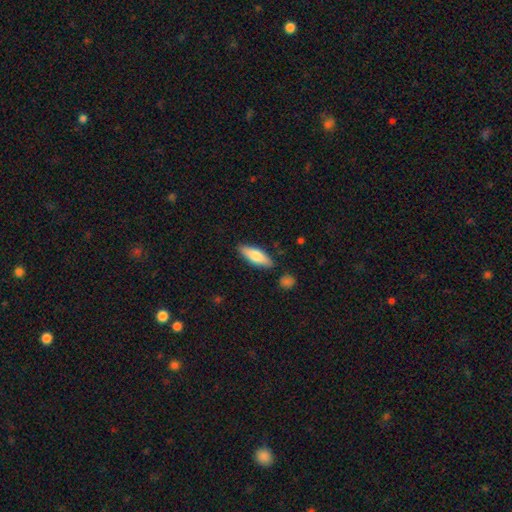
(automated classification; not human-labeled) smooth_or_featured: smooth (p=0.71) [alt: featured or disk p=0.23]
how_rounded: in between (p=0.57) [alt: cigar-shaped p=0.41]
merging: none (p=0.84) [alt: minor disturbance p=0.11]